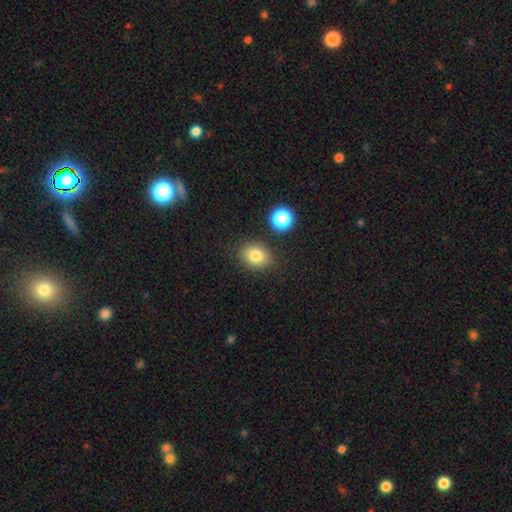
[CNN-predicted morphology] smooth 81%, star or artifact 12%, featured or disk 7%. Down the decision tree: how rounded — round (55%); merging — none (83%).